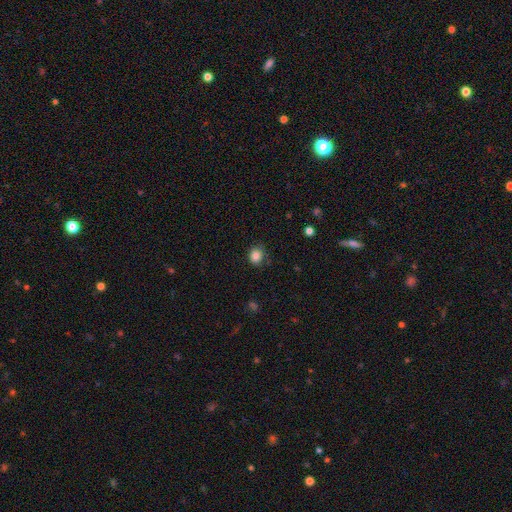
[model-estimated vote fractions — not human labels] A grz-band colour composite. It shows a smooth galaxy with no disk features (85%) that is round (70%). Merging: none (75%).